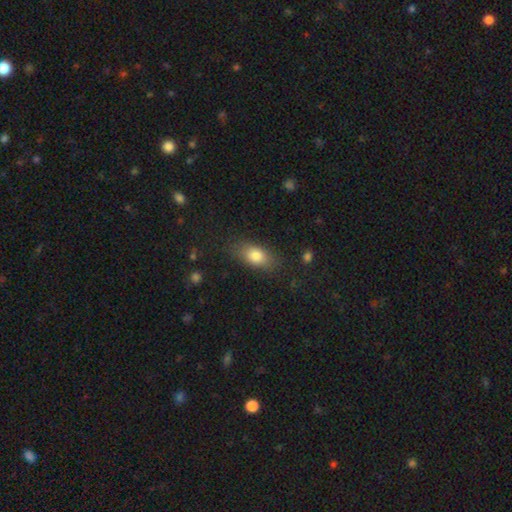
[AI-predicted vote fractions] Q: Smooth or featured?
A: smooth (80%); runner-up: featured or disk (11%)
Q: How rounded?
A: in between (83%); runner-up: round (10%)
Q: Merging?
A: none (79%); runner-up: minor disturbance (15%)